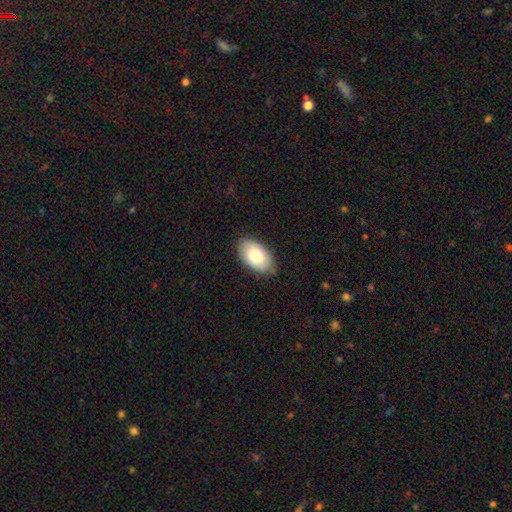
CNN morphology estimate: smooth 82%, featured or disk 12%, star or artifact 6%. Down the decision tree: how rounded — in between (95%); merging — none (82%).